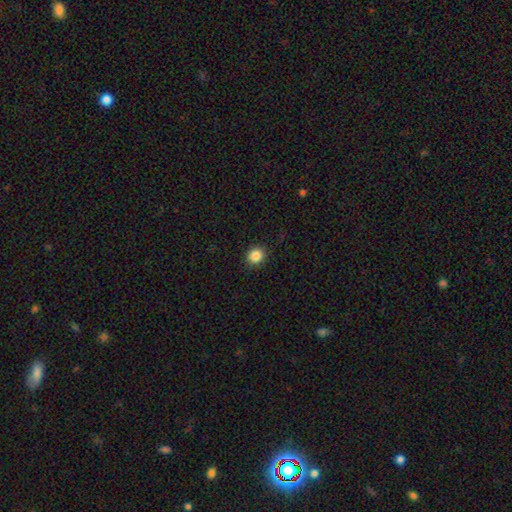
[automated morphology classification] smooth_or_featured: smooth (p=0.86) [alt: star or artifact p=0.10]
how_rounded: round (p=0.87) [alt: in between p=0.12]
merging: none (p=0.91) [alt: minor disturbance p=0.06]